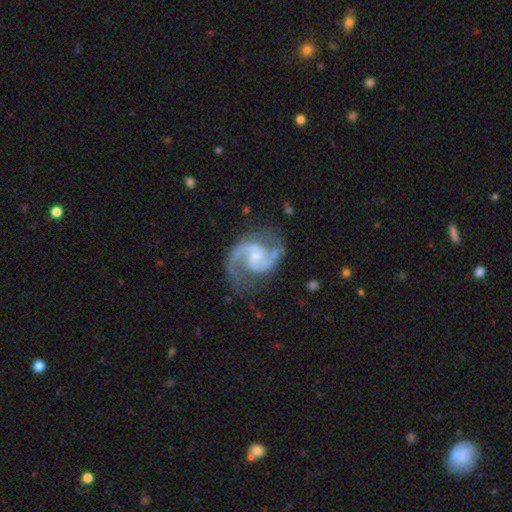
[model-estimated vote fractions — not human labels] Morphology: type=featured or disk (92%); edge-on=no (98%); bar=no (50%); spiral arms=yes (98%); winding=medium (63%); arm count=2 (93%); bulge=small (52%); merging=none (74%).